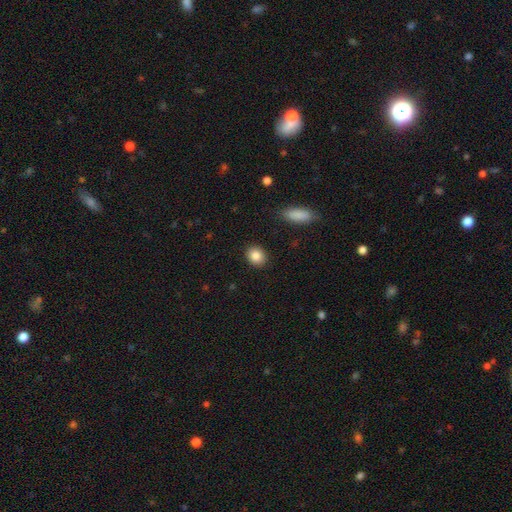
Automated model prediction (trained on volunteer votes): smooth-or-featured: smooth: 86% | star or artifact: 9% | featured or disk: 5%
  how-rounded: round: 66% | in between: 33% | cigar-shaped: 1%
  merging: none: 90% | minor disturbance: 7% | major disturbance: 2% | merger: 1%